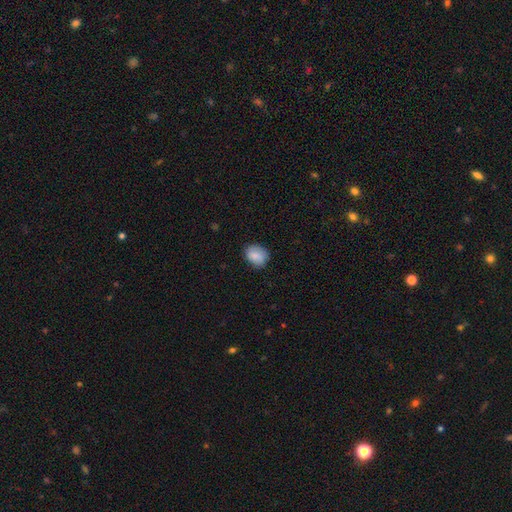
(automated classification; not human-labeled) A smooth galaxy with no disk features (82%) that is in between round and cigar-shaped (55%).

Vote fractions:
- Smooth or featured? smooth: 82% / featured or disk: 11% / star or artifact: 7%
- How rounded? in between: 55% / round: 44% / cigar-shaped: 1%
- Merging? none: 79% / minor disturbance: 17% / major disturbance: 4% / merger: 1%